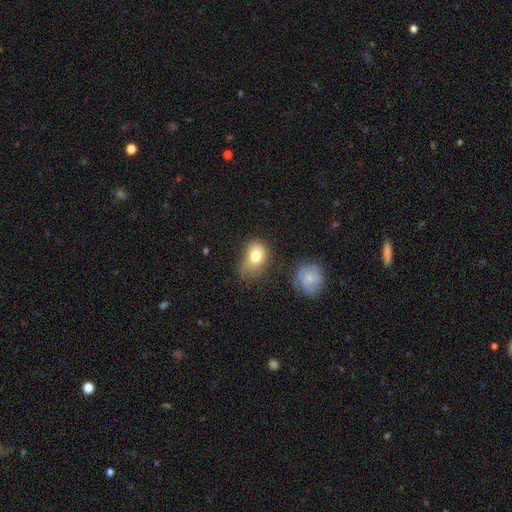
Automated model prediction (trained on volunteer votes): Morphology: type=smooth (78%); roundness=in between (65%); merging=none (36%, tied with minor disturbance).